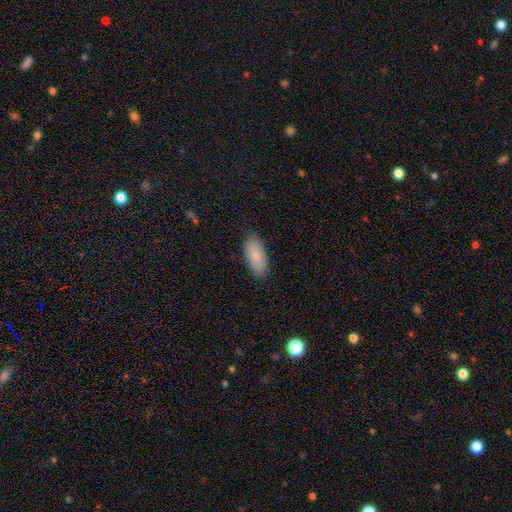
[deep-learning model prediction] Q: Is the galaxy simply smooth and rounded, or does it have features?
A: smooth — 86%.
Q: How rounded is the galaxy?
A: in between — 90%.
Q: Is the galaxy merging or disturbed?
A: none — 85%.